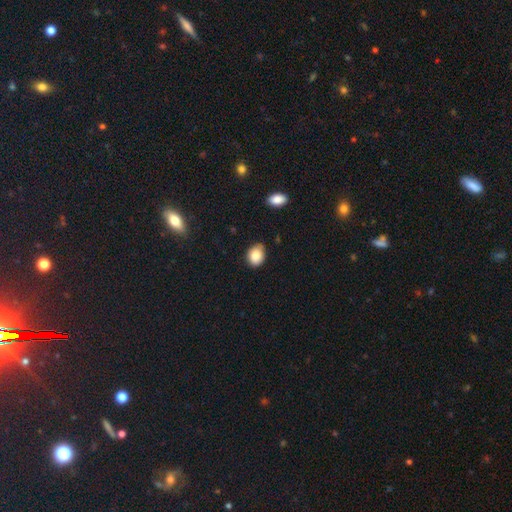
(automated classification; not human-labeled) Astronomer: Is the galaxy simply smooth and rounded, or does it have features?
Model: smooth — 85%.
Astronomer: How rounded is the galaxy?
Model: in between — 56% (runner-up: round, 43%).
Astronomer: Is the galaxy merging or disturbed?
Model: none — 75%.